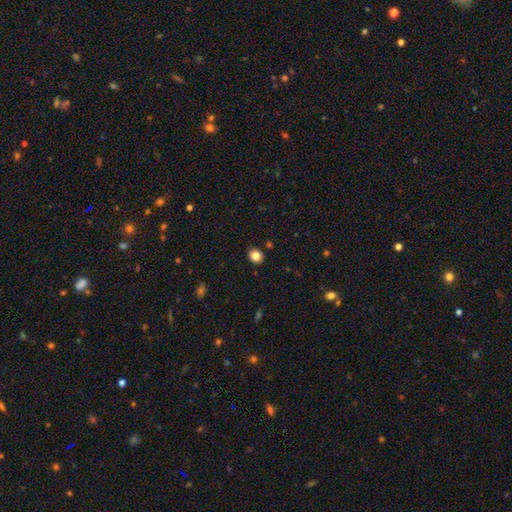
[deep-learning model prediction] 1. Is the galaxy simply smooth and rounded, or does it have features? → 84% smooth, 11% star or artifact, 5% featured or disk.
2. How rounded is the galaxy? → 66% round, 33% in between, 1% cigar-shaped.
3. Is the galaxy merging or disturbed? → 89% none, 7% minor disturbance, 2% major disturbance, 2% merger.